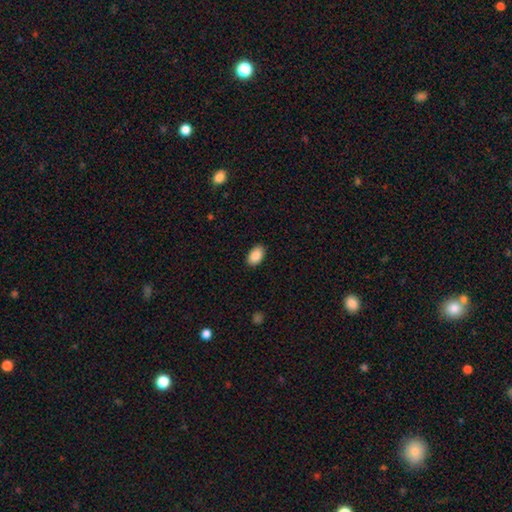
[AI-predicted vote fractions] smooth-or-featured: smooth: 89% | star or artifact: 7% | featured or disk: 4%
  how-rounded: in between: 91% | round: 7% | cigar-shaped: 1%
  merging: none: 89% | minor disturbance: 8% | major disturbance: 2% | merger: 1%